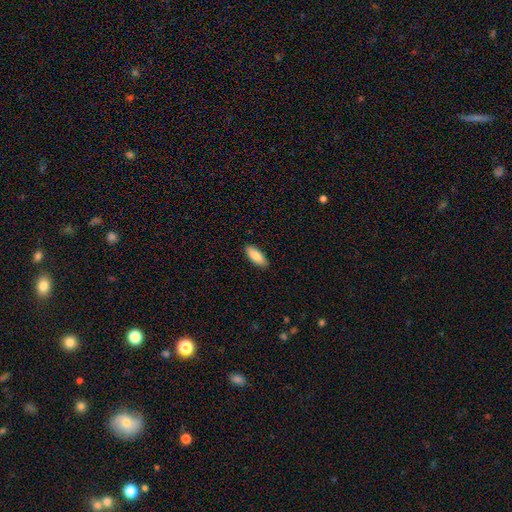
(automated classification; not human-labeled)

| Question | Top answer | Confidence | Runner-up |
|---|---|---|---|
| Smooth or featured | smooth | 87% | featured or disk (7%) |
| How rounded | in between | 79% | cigar-shaped (19%) |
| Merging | none | 89% | minor disturbance (8%) |